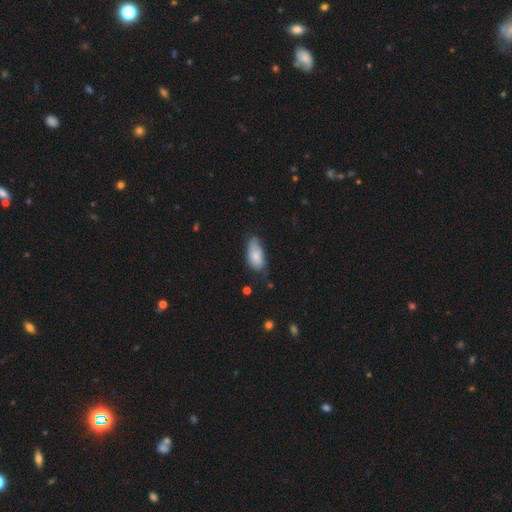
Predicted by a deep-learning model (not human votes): Q: Smooth or featured?
A: smooth (76%); runner-up: featured or disk (17%)
Q: How rounded?
A: in between (91%); runner-up: cigar-shaped (6%)
Q: Merging?
A: none (51%); runner-up: minor disturbance (38%)